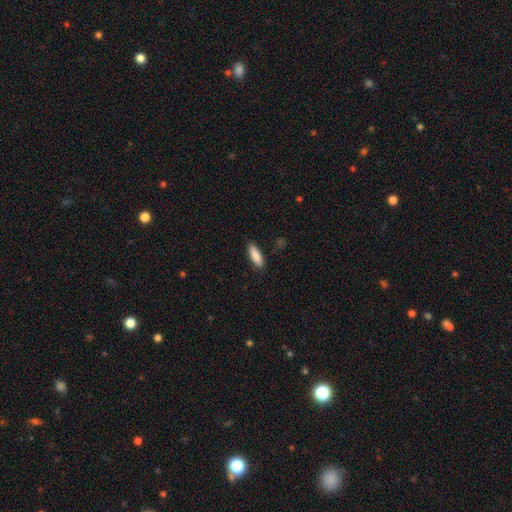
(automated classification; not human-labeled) This appears to be a smooth galaxy with no disk features (87%) that is in between round and cigar-shaped (54%). Merging: none (87%).